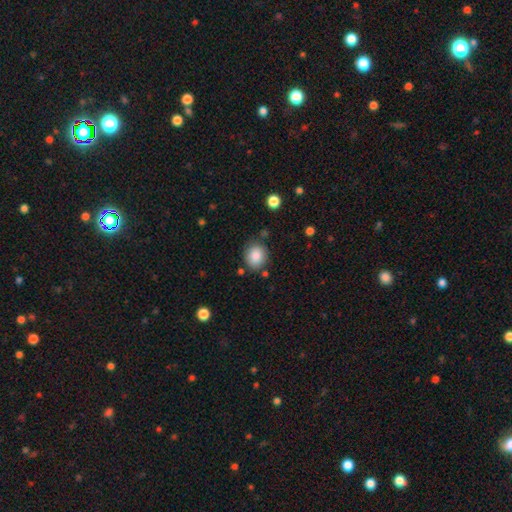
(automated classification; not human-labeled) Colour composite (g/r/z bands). It shows a smooth galaxy with no disk features (87%) that is round (72%). Merging: none (79%).